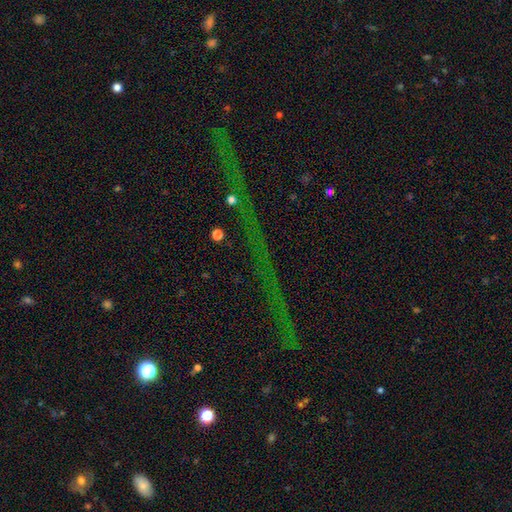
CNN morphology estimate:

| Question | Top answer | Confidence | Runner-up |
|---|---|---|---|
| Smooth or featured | star or artifact | 76% | featured or disk (14%) |